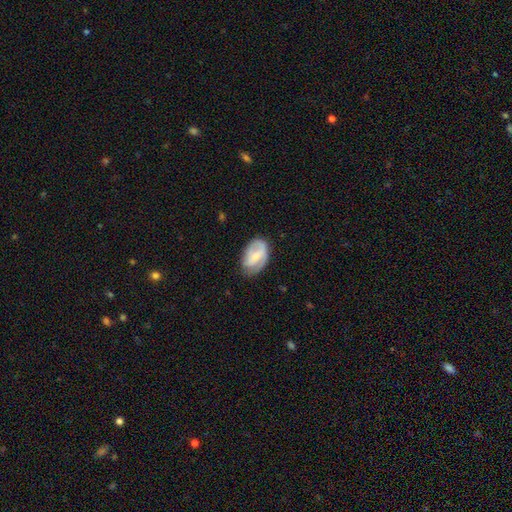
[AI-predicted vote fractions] smooth-or-featured: featured or disk: 53% | smooth: 40% | star or artifact: 6%
  disk-edge-on: no: 96% | yes: 4%
    bar: weak: 42% | no: 32% | strong: 25%
    has-spiral-arms: yes: 72% | no: 28%
    bulge-size: small: 53% | moderate: 35% | none: 8% | large: 3% | dominant: 1%
  merging: none: 62% | minor disturbance: 27% | major disturbance: 10% | merger: 1%